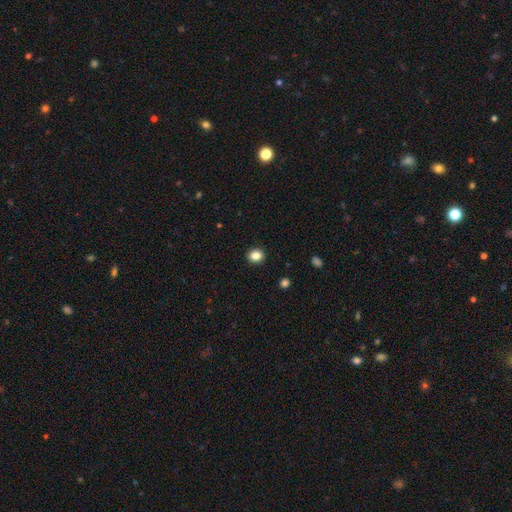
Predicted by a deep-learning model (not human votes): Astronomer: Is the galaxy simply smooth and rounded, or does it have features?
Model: smooth — 85%.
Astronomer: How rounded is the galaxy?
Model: round — 68%.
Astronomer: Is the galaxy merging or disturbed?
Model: none — 91%.